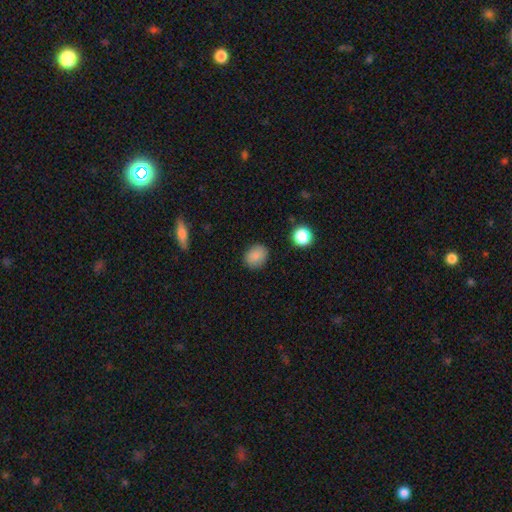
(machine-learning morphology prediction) Q: Smooth or featured?
A: smooth (86%); runner-up: star or artifact (10%)
Q: How rounded?
A: round (59%); runner-up: in between (40%)
Q: Merging?
A: none (86%); runner-up: minor disturbance (10%)